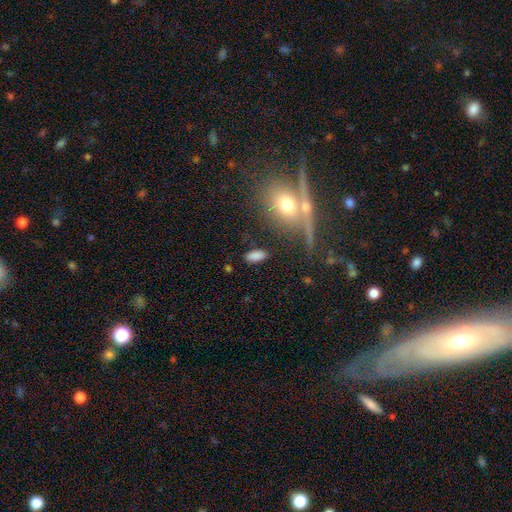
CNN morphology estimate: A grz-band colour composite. It shows a smooth galaxy with no disk features (83%) that is in between round and cigar-shaped (86%). Merging: none (81%).